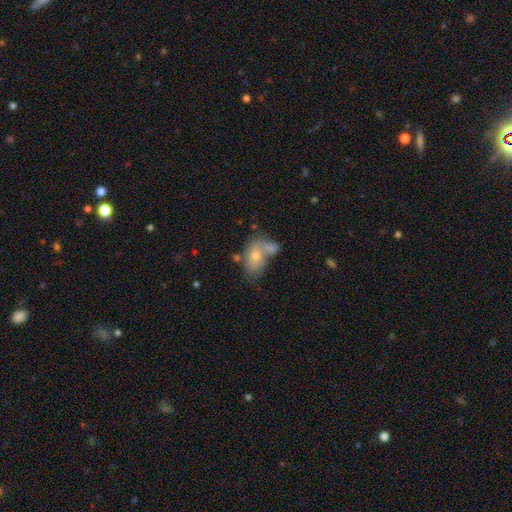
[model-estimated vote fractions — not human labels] Smooth or featured: smooth — 59% (featured or disk — 29%)
How rounded: in between — 81% (round — 16%)
Merging: merger — 40% (none — 32%)